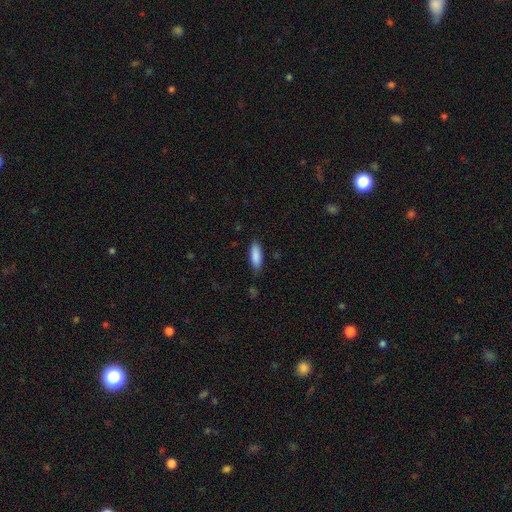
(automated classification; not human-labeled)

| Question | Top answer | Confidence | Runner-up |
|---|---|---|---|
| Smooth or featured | smooth | 88% | star or artifact (6%) |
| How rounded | in between | 60% | cigar-shaped (38%) |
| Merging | none | 81% | minor disturbance (15%) |